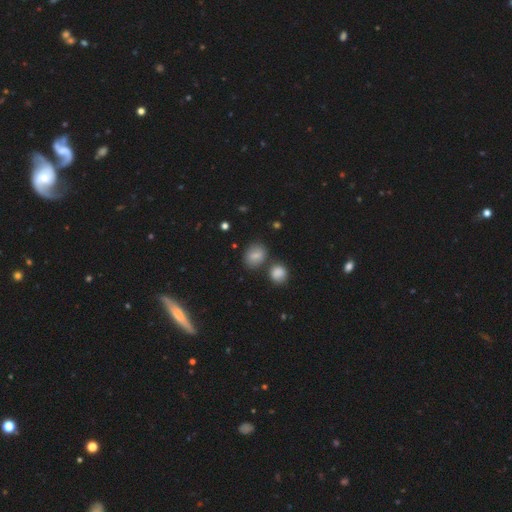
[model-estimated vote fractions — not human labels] Smooth or featured? smooth (77%)
How rounded? in between (54%)
Merging? none (68%)